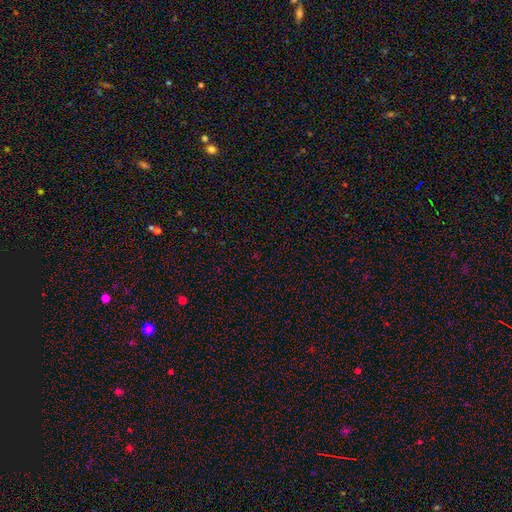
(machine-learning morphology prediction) Smooth or featured?
  - star or artifact: 67% *
  - smooth: 26%
  - featured or disk: 7%